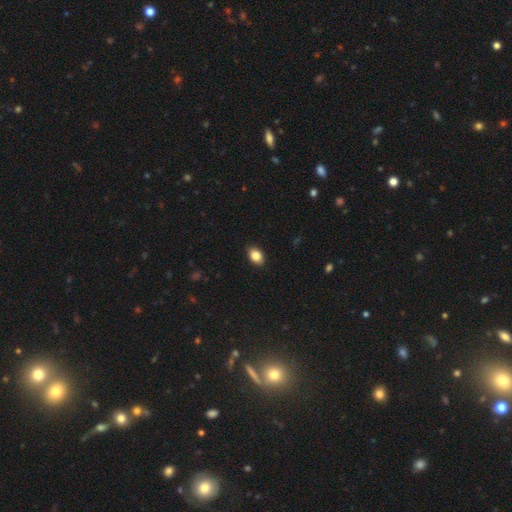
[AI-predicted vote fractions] This is clearly a smooth galaxy (86%). How rounded: clearly in between (80%). Merging: clearly none (88%).